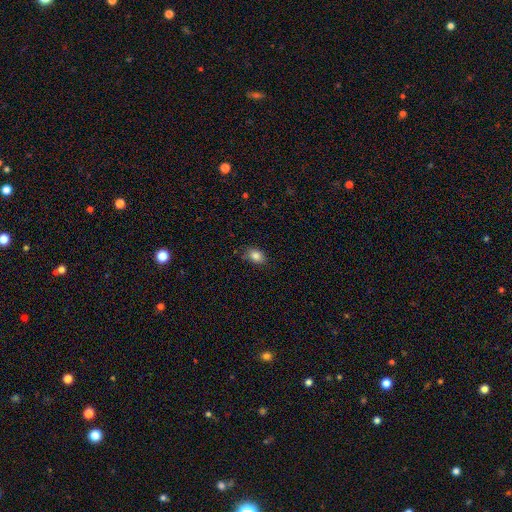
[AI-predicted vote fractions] The model was most divided on "how rounded": in between: 76%, round: 23%, cigar-shaped: 1%. More confident: smooth or featured — smooth (85%); merging — none (78%).